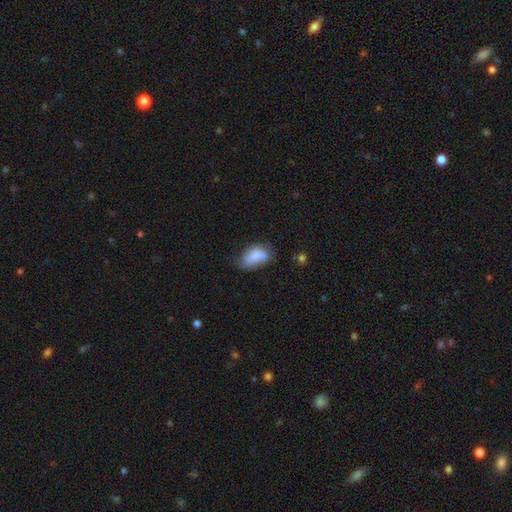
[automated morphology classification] Smooth or featured? smooth (75%)
How rounded? in between (91%)
Merging? none (42%)